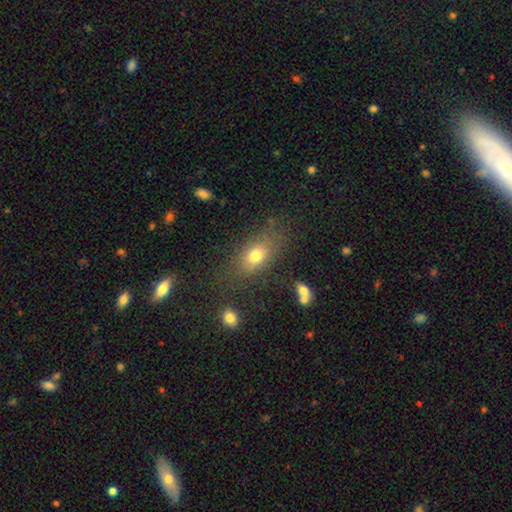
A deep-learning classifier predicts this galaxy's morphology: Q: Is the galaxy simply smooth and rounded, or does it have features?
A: smooth — 73%.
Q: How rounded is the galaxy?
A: in between — 79%.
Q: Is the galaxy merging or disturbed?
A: none — 70%.